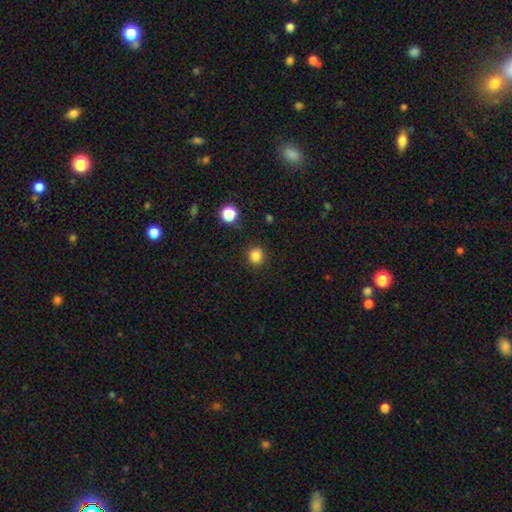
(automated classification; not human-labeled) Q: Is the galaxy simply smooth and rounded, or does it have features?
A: smooth — 84%.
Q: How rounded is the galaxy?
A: round — 89%.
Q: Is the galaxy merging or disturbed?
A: none — 88%.